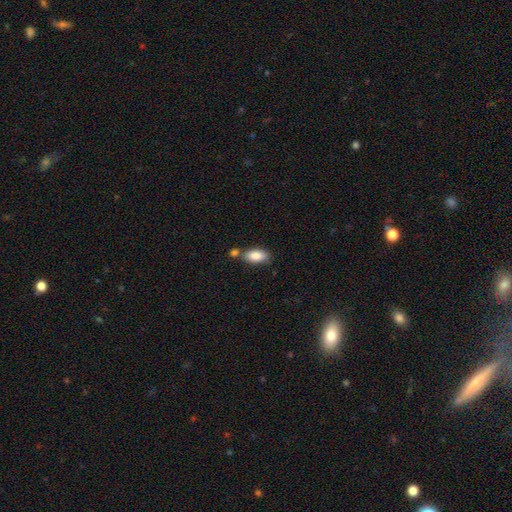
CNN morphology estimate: Smooth or featured? smooth (86%)
How rounded? in between (91%)
Merging? none (64%)